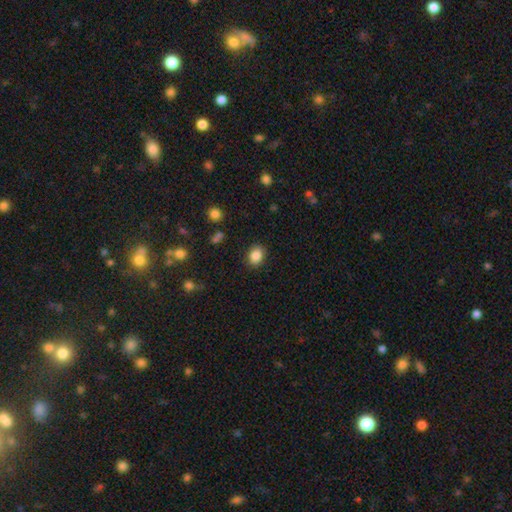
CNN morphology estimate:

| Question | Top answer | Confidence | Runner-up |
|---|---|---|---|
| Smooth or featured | smooth | 86% | star or artifact (9%) |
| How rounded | in between | 55% | round (44%) |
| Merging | none | 87% | minor disturbance (9%) |